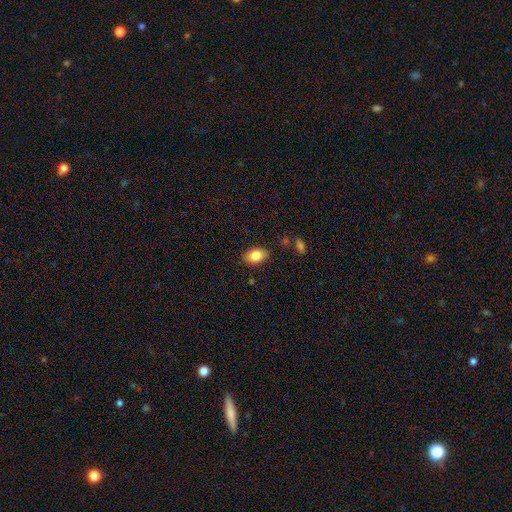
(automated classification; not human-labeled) This appears to be a smooth galaxy with no disk features (84%) that is in between round and cigar-shaped (87%). Merging: none (83%).